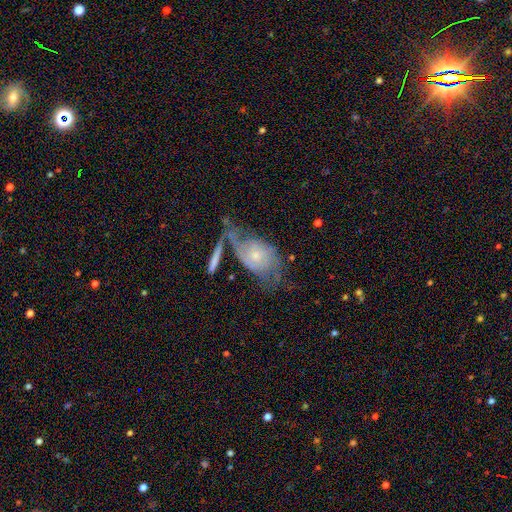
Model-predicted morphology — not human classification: featured or disk 71%, smooth 22%, star or artifact 7%. Down the decision tree: edge-on disk — no (92%); bar — no (74%); spiral arms — yes (85%); spiral arm count — 2 (55%); spiral winding — medium (39%); bulge size — small (64%); merging — none (38%).